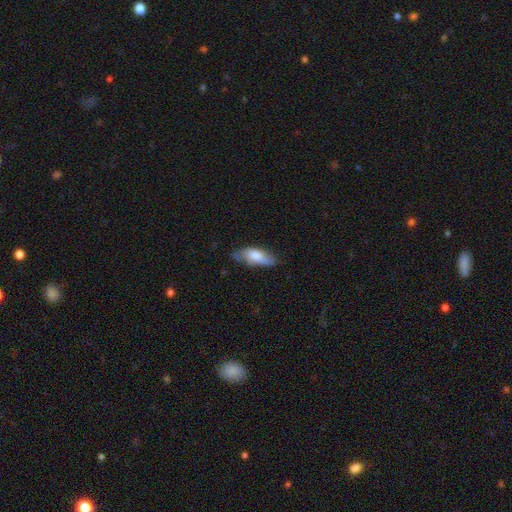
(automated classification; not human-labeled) This appears to be a smooth galaxy with no disk features (69%) that is in between round and cigar-shaped (72%). Merging: none (61%).